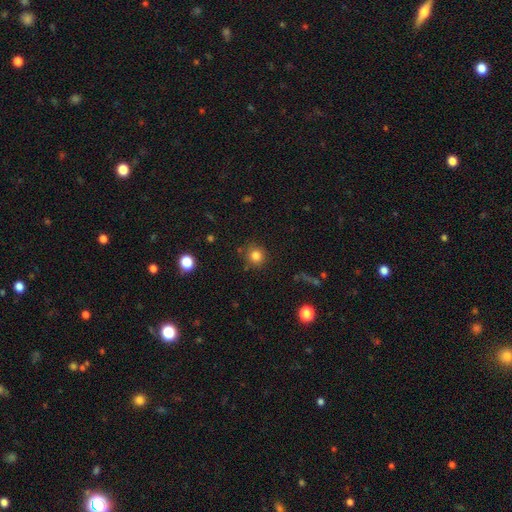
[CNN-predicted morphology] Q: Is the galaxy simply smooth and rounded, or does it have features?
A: smooth — 82%.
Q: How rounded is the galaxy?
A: round — 91%.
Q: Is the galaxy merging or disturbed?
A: none — 84%.